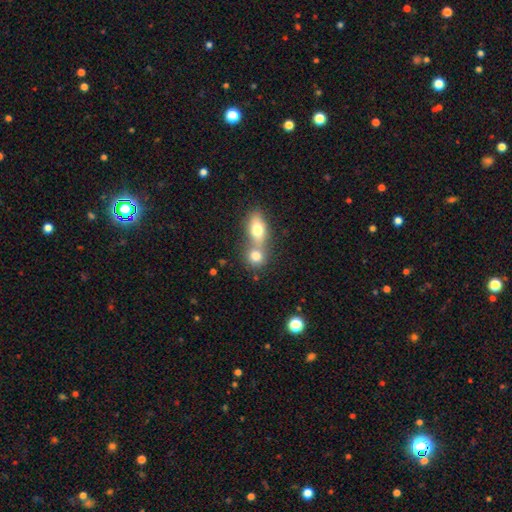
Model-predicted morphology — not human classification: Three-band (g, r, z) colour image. It shows a smooth galaxy with no disk features (77%) that is round (60%). Merging: merger (58%).